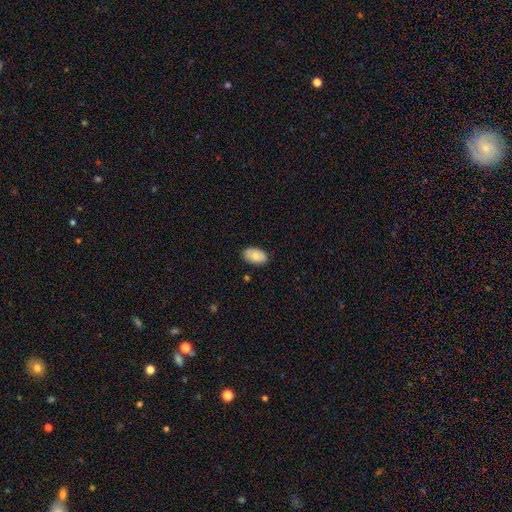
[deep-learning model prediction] Smooth or featured? smooth (79%)
How rounded? in between (94%)
Merging? none (84%)